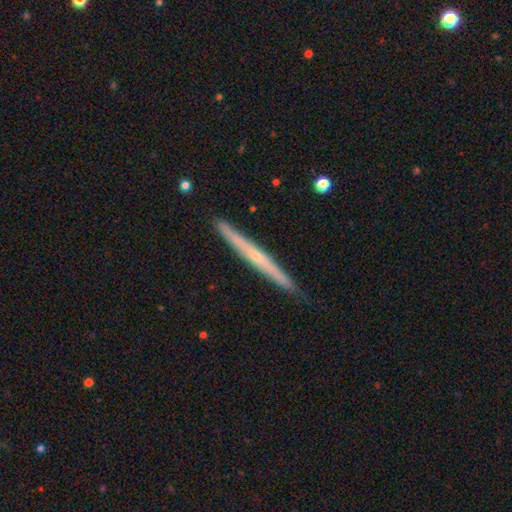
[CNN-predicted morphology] Q: Smooth or featured?
A: featured or disk (65%); runner-up: smooth (29%)
Q: Edge-on disk?
A: yes (97%); runner-up: no (3%)
Q: Edge-on bulge?
A: none (48%); tied with: rounded (48%)
Q: Merging?
A: none (89%); runner-up: minor disturbance (8%)